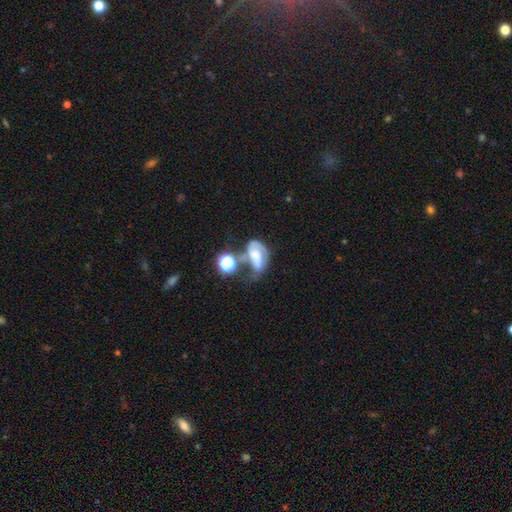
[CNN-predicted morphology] featured or disk 60%, smooth 28%, star or artifact 12%. Down the decision tree: edge-on disk — no (96%); bar — no (50%); spiral arms — yes (79%); bulge size — moderate (33%); merging — major disturbance (32%).